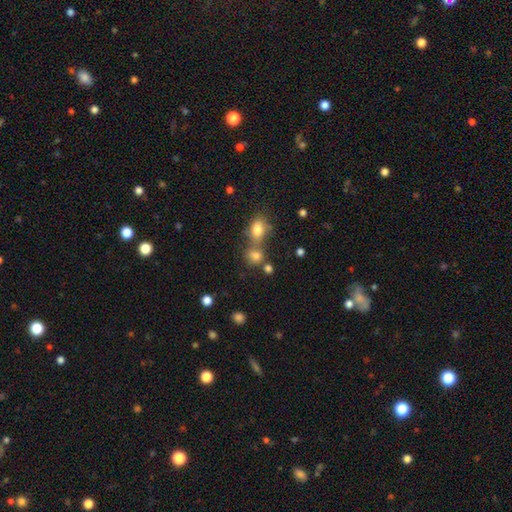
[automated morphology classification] A smooth galaxy with no disk features (77%) that is round (64%). Merging: none (48%).